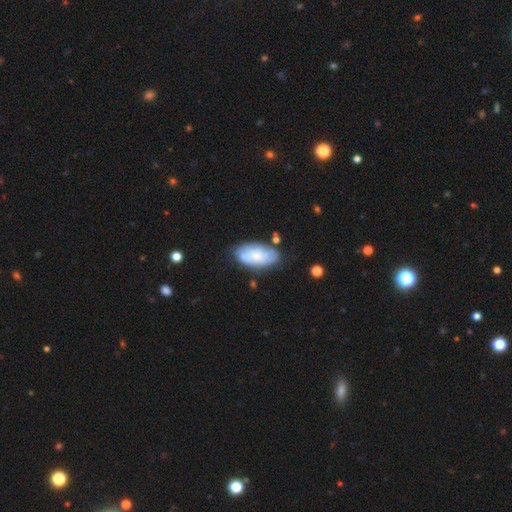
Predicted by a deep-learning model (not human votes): Smooth or featured: smooth — 64% (featured or disk — 30%)
How rounded: in between — 94% (cigar-shaped — 3%)
Merging: none — 67% (minor disturbance — 22%)